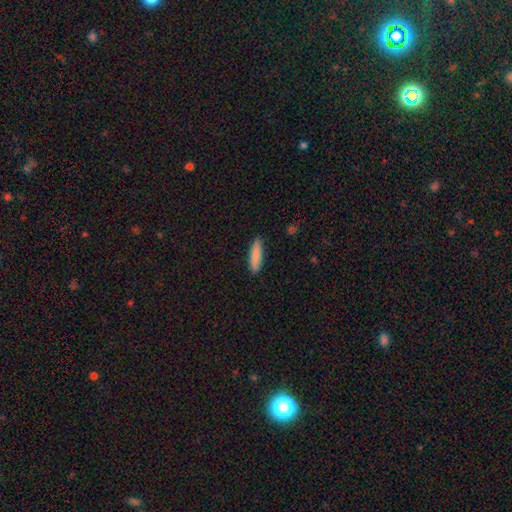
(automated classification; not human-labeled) Smooth or featured?
  - smooth: 86% *
  - featured or disk: 8%
  - star or artifact: 6%
How rounded?
  - cigar-shaped: 73% *
  - in between: 26%
  - round: 1%
Merging?
  - none: 88% *
  - minor disturbance: 9%
  - major disturbance: 2%
  - merger: 1%